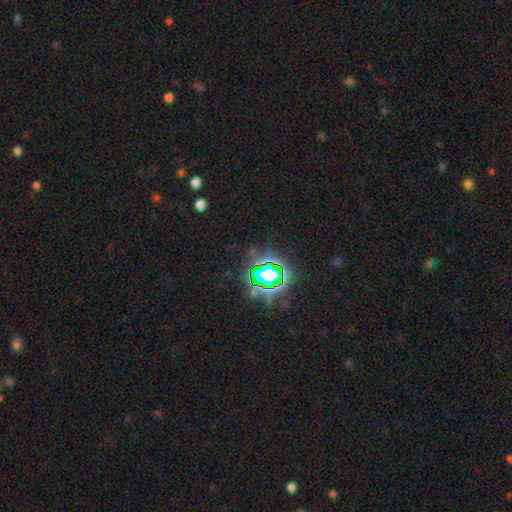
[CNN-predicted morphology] type=star or artifact (84%).